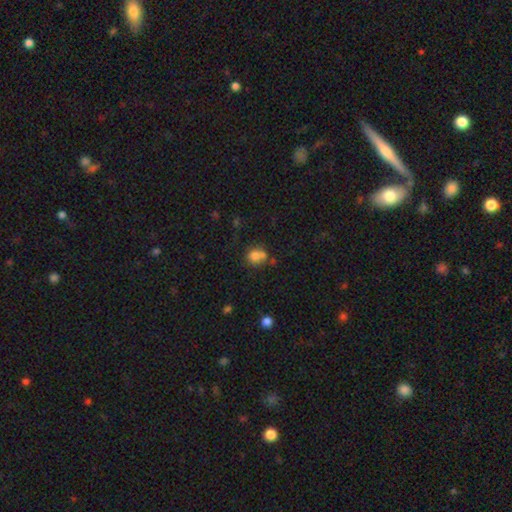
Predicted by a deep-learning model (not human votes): This is likely a smooth galaxy (75%). How rounded: likely round (72%). Merging: possibly none (45%).